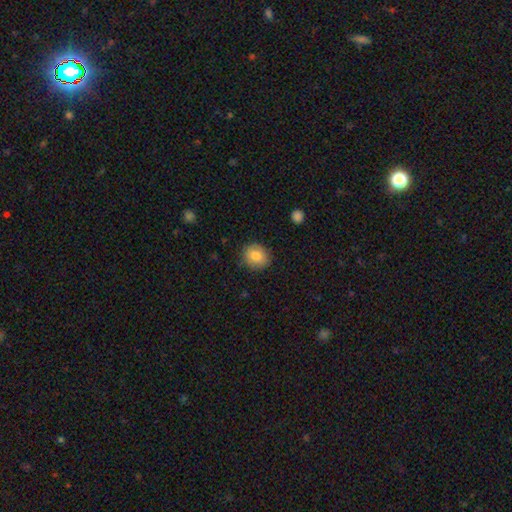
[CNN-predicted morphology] Overall: smooth (81%). How rounded: round (74%). Merging: none (86%).